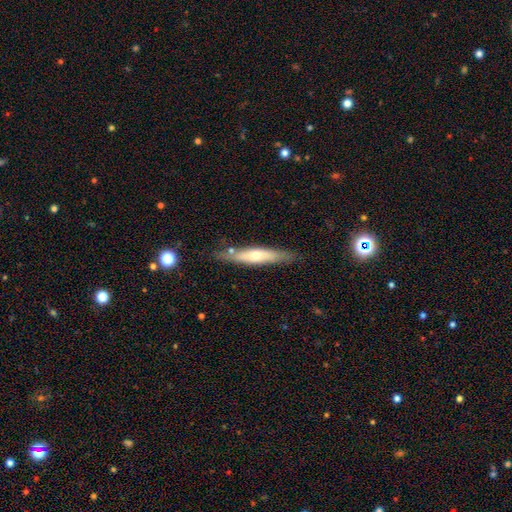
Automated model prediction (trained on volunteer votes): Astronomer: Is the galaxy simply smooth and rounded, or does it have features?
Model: smooth — 50% (runner-up: featured or disk, 44%).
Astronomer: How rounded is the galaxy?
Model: cigar-shaped — 84%.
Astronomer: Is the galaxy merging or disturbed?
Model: none — 79%.